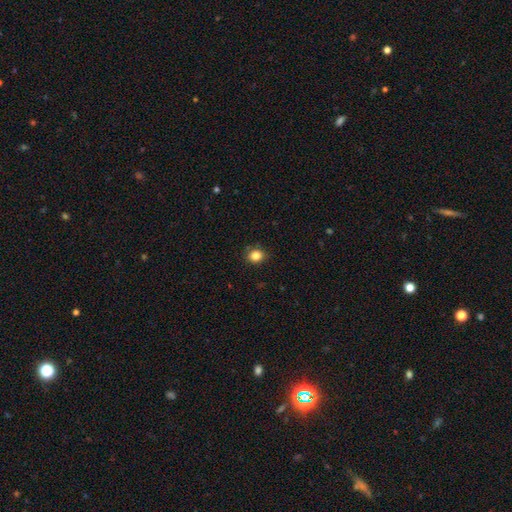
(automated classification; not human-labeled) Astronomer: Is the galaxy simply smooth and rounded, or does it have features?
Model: smooth — 84%.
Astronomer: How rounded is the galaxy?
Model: round — 71%.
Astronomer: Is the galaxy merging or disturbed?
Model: none — 86%.